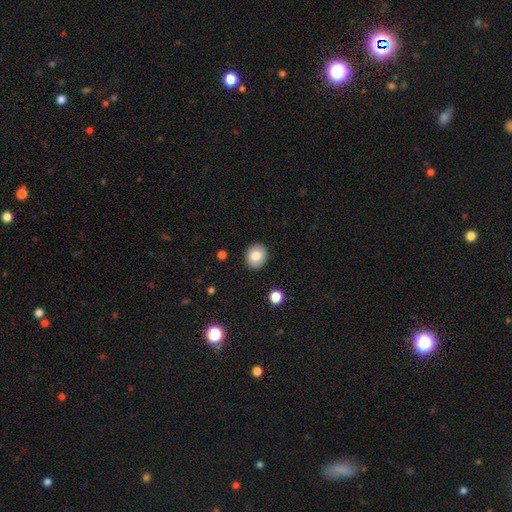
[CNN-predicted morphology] This is likely a smooth galaxy (78%). How rounded: likely round (72%). Merging: clearly none (90%).